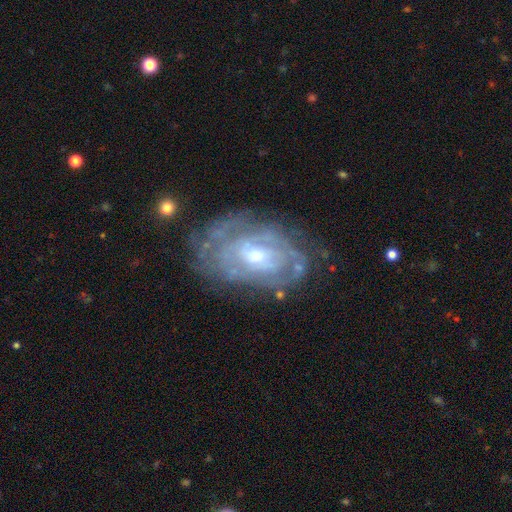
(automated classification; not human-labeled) Smooth or featured? Predicted: featured or disk (p=0.81). Edge-on disk? Predicted: no (p=0.95). Bar? Predicted: no (p=0.56). Spiral arms? Predicted: yes (p=0.79). Spiral winding? Predicted: tight (p=0.70). Spiral arm count? Predicted: can't tell (p=0.59). Bulge size? Predicted: moderate (p=0.52). Merging? Predicted: none (p=0.66).